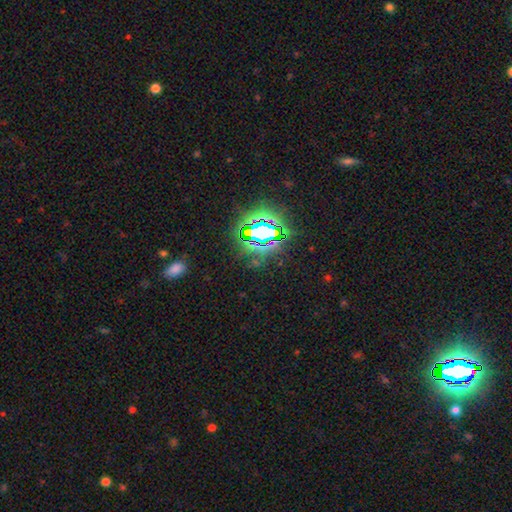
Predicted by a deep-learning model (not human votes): A star or artifact, not a galaxy (80%).